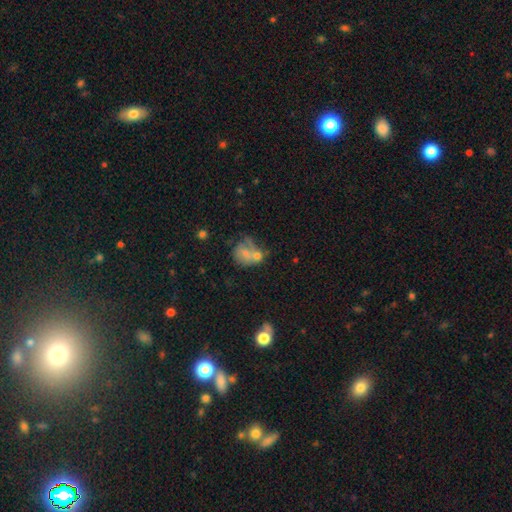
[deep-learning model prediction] The model was most divided on "merging" (2-way tie): none: 30%, merger: 30%, major disturbance: 22%, minor disturbance: 18%. Remaining: smooth or featured — smooth (44%).